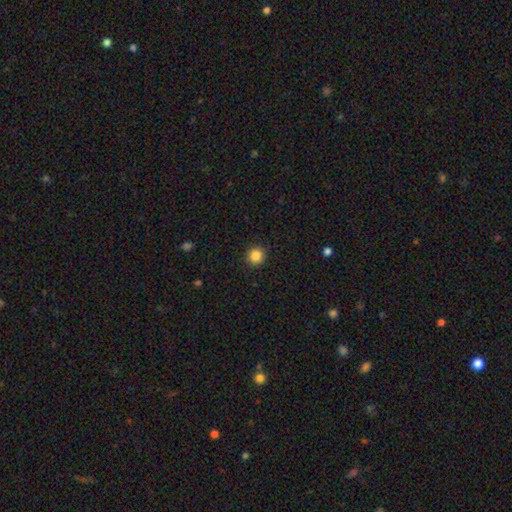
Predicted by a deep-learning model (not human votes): smooth 86%, star or artifact 11%, featured or disk 4%. Down the decision tree: how rounded — round (95%); merging — none (93%).